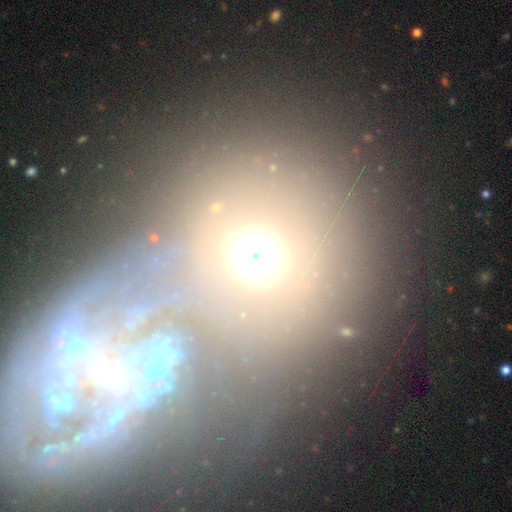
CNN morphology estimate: A smooth galaxy with no disk features (56%) that is round (85%).

Vote fractions:
- Smooth or featured? smooth: 56% / featured or disk: 23% / star or artifact: 21%
- How rounded? round: 85% / in between: 14% / cigar-shaped: 1%
- Merging? none: 46% / merger: 35% / minor disturbance: 11% / major disturbance: 9%